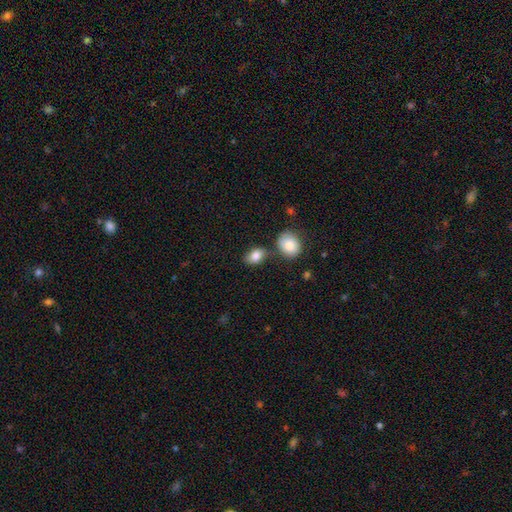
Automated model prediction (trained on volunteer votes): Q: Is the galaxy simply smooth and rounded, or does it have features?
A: smooth — 83%.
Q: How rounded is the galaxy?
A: in between — 81%.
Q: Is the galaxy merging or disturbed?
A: none — 66%.